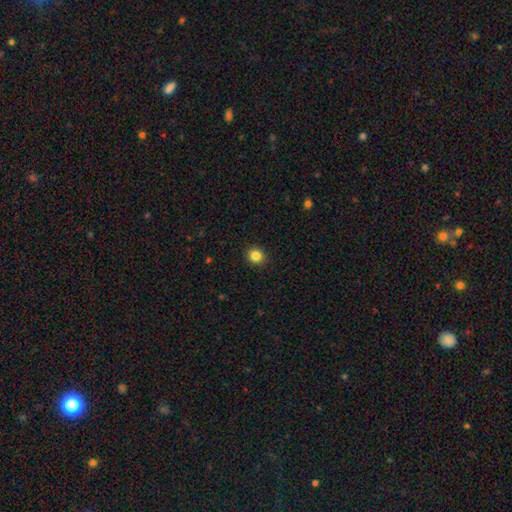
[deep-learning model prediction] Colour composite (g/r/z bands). It shows a smooth galaxy with no disk features (85%) that is round (84%). Merging: none (92%).